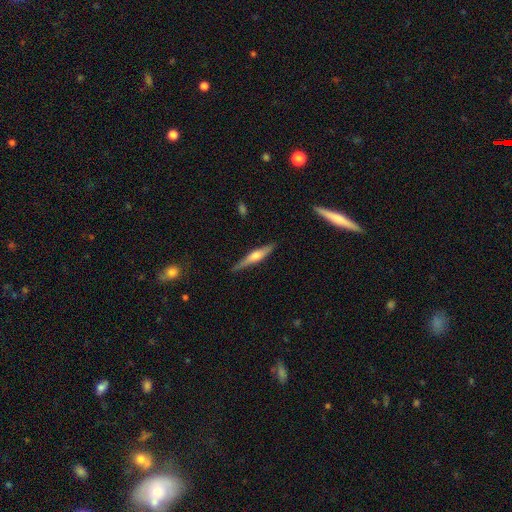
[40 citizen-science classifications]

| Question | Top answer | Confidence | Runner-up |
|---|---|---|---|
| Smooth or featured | featured or disk | 65% | smooth (30%) |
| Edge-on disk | yes | 96% | no (4%) |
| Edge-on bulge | rounded | 80% | boxy (16%) |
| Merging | none | 82% | minor disturbance (18%) |